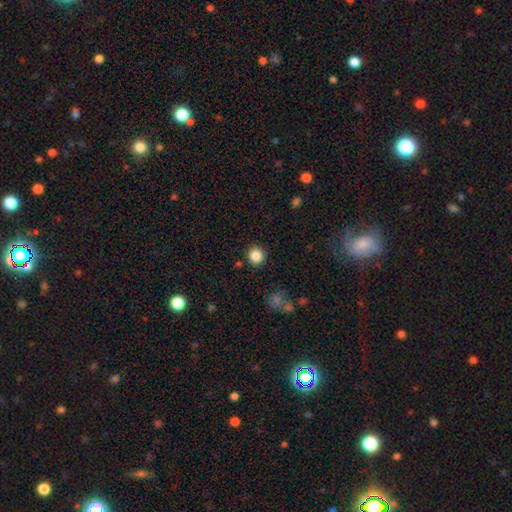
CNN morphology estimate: Q: Smooth or featured?
A: smooth (85%); runner-up: star or artifact (11%)
Q: How rounded?
A: round (93%); runner-up: in between (7%)
Q: Merging?
A: none (89%); runner-up: minor disturbance (7%)